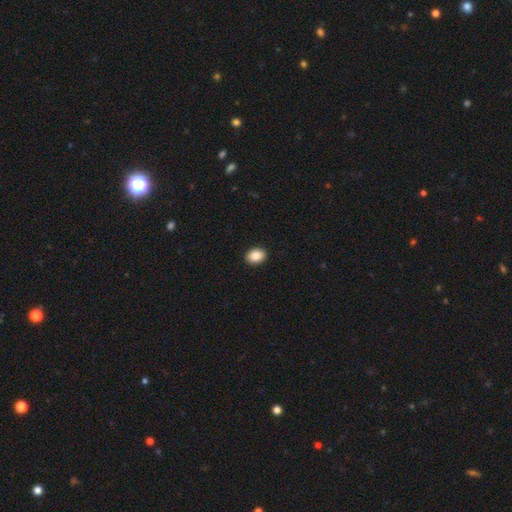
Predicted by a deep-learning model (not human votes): This appears to be a smooth galaxy with no disk features (88%) that is in between round and cigar-shaped (67%). Merging: none (92%).